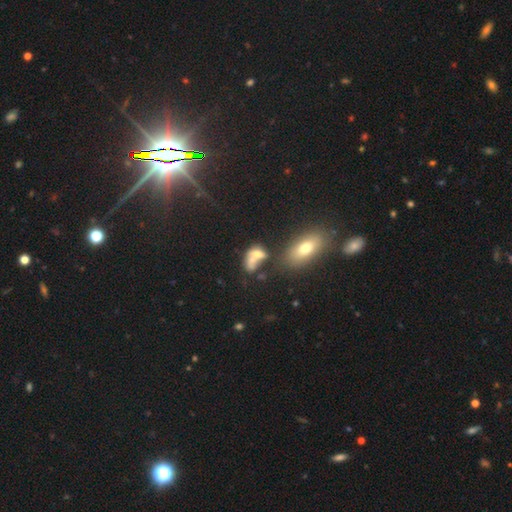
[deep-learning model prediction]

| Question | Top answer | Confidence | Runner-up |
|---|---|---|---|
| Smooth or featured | smooth | 59% | featured or disk (27%) |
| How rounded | in between | 79% | round (16%) |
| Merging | merger | 50% | none (22%) |